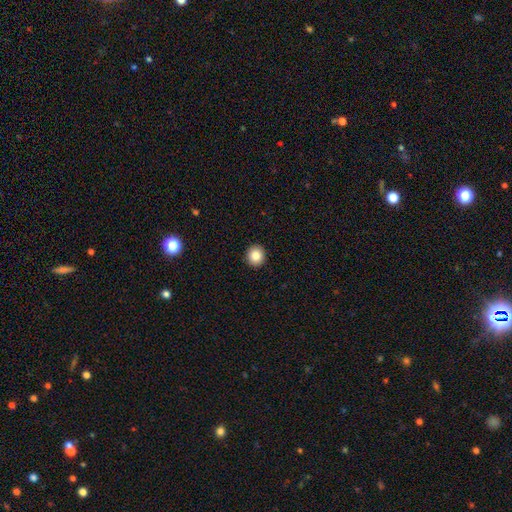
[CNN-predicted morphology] A smooth galaxy with no disk features (86%) that is round (90%).

Vote fractions:
- Smooth or featured? smooth: 86% / star or artifact: 9% / featured or disk: 5%
- How rounded? round: 90% / in between: 9% / cigar-shaped: 1%
- Merging? none: 93% / minor disturbance: 5% / major disturbance: 2% / merger: 1%